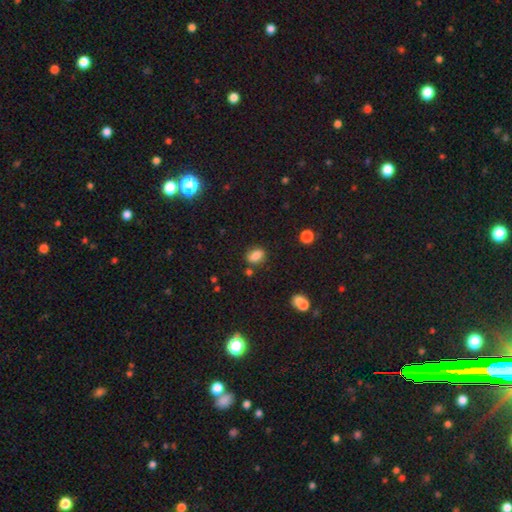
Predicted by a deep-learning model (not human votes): Smooth or featured: smooth — 79% (star or artifact — 11%)
How rounded: in between — 70% (round — 28%)
Merging: none — 74% (minor disturbance — 16%)